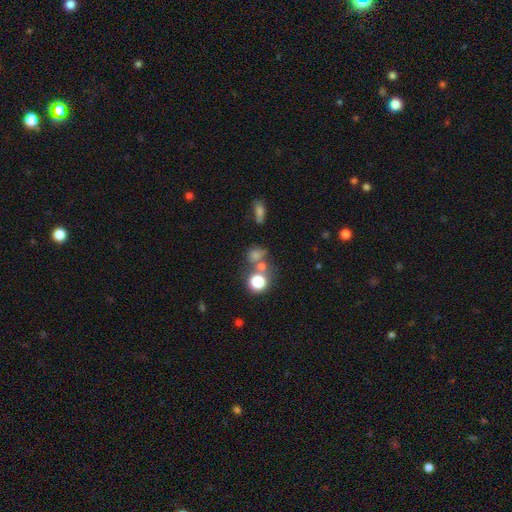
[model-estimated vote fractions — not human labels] This appears to be a smooth galaxy with no disk features (63%) that is round (78%). Merging: none (50%).